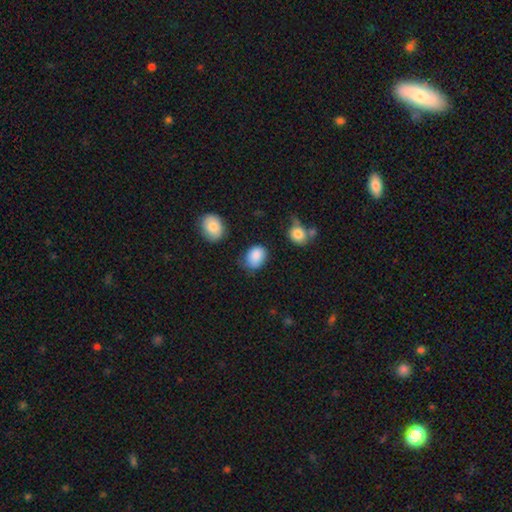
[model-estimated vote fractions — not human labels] A smooth galaxy with no disk features (87%) that is in between round and cigar-shaped (63%).

Vote fractions:
- Smooth or featured? smooth: 87% / star or artifact: 8% / featured or disk: 5%
- How rounded? in between: 63% / round: 37% / cigar-shaped: 1%
- Merging? none: 58% / minor disturbance: 30% / major disturbance: 8% / merger: 4%